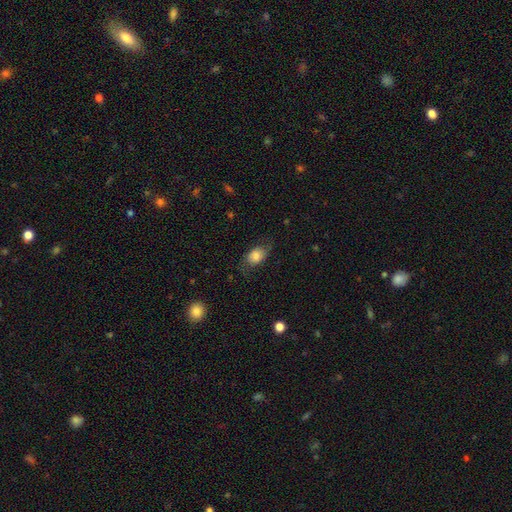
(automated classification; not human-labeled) smooth 66%, featured or disk 25%, star or artifact 9%. Down the decision tree: how rounded — in between (73%); merging — none (65%).